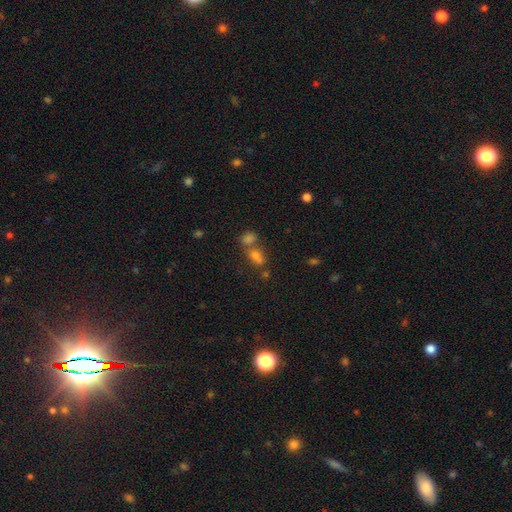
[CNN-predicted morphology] type=smooth (63%); roundness=in between (68%); merging=merger (44%).